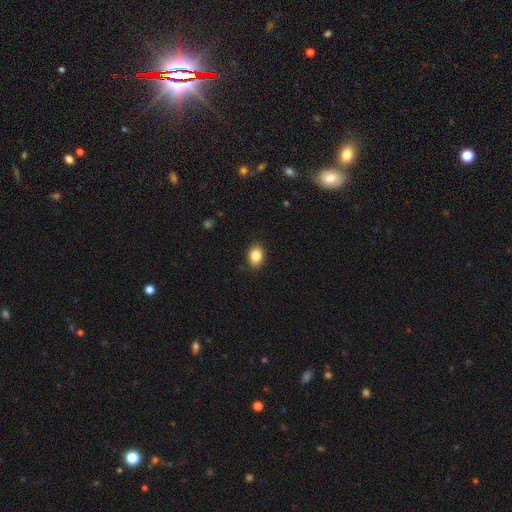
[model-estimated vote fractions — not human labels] Q: Smooth or featured?
A: smooth (86%); runner-up: star or artifact (8%)
Q: How rounded?
A: in between (78%); runner-up: round (21%)
Q: Merging?
A: none (88%); runner-up: minor disturbance (9%)